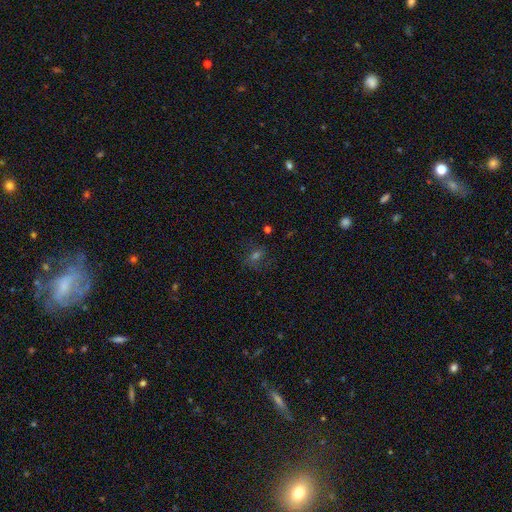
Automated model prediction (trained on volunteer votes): A smooth galaxy with no disk features (40%).

Vote fractions:
- Smooth or featured? smooth: 40% / star or artifact: 36% / featured or disk: 25%
- Merging? none: 73% / minor disturbance: 16% / major disturbance: 9% / merger: 2%